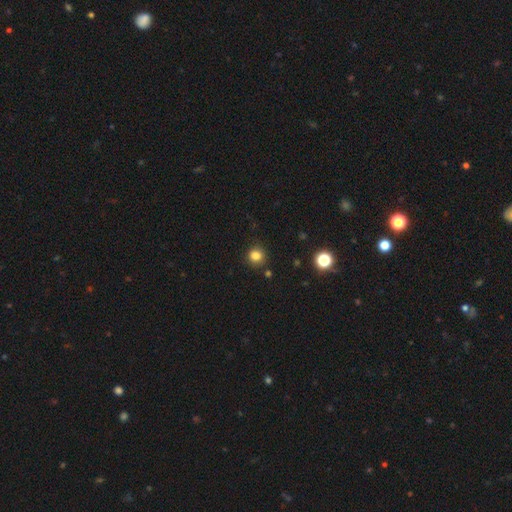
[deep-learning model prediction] The model was most divided on "smooth or featured": smooth: 82%, star or artifact: 13%, featured or disk: 5%. More confident: how rounded — round (88%); merging — none (87%).